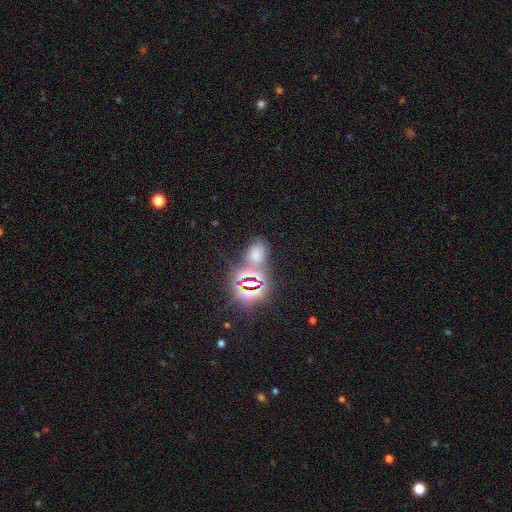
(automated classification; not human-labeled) Smooth or featured?
  - star or artifact: 63% *
  - smooth: 28%
  - featured or disk: 9%